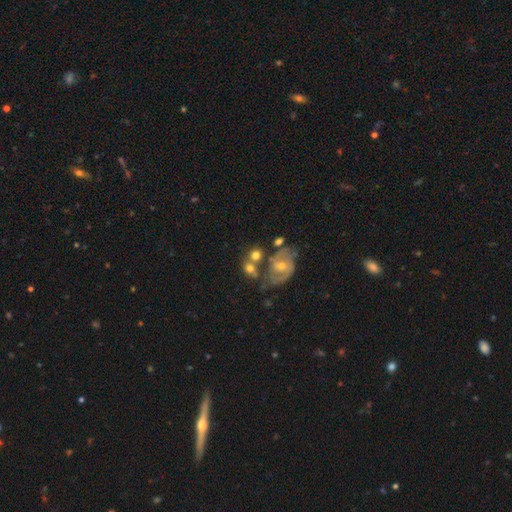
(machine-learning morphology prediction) Smooth or featured? smooth (58%)
How rounded? round (65%)
Merging? none (45%)